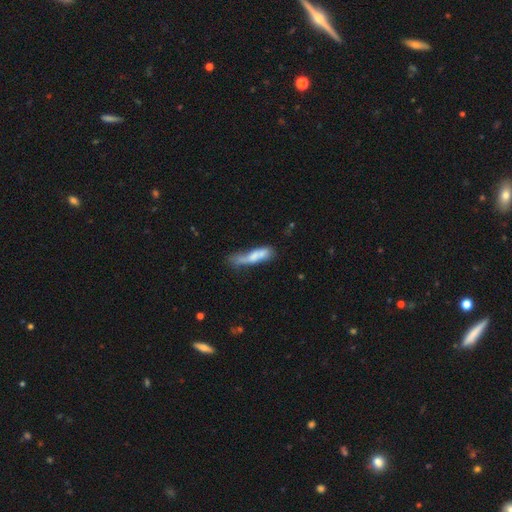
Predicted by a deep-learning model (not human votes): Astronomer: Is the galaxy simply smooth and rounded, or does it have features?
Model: smooth — 62%.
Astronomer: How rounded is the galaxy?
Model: cigar-shaped — 68%.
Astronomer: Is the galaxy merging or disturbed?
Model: none — 27%, tied with minor disturbance at 27%.